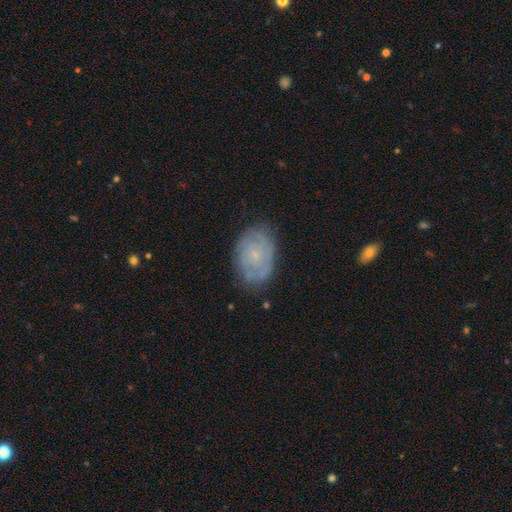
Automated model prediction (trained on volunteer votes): Smooth or featured?
  - featured or disk: 67% *
  - smooth: 26%
  - star or artifact: 7%
Edge-on disk?
  - no: 97% *
  - yes: 3%
Bar?
  - no: 79% *
  - weak: 18%
  - strong: 3%
Spiral arms?
  - yes: 83% *
  - no: 17%
Spiral winding?
  - tight: 68% *
  - medium: 24%
  - loose: 7%
Spiral arm count?
  - can't tell: 44% *
  - 2: 30%
  - 3: 12%
  - 4: 5%
  - 1: 4%
  - more than 4: 4%
Bulge size?
  - small: 77% *
  - moderate: 13%
  - none: 7%
  - large: 1%
  - dominant: 1%
Merging?
  - none: 77% *
  - minor disturbance: 17%
  - major disturbance: 5%
  - merger: 1%